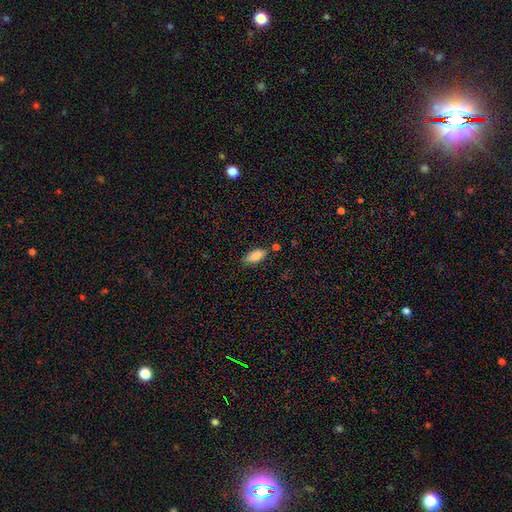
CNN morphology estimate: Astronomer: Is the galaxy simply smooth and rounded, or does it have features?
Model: smooth — 85%.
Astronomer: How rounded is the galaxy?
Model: in between — 85%.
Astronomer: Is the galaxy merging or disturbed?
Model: none — 74%.